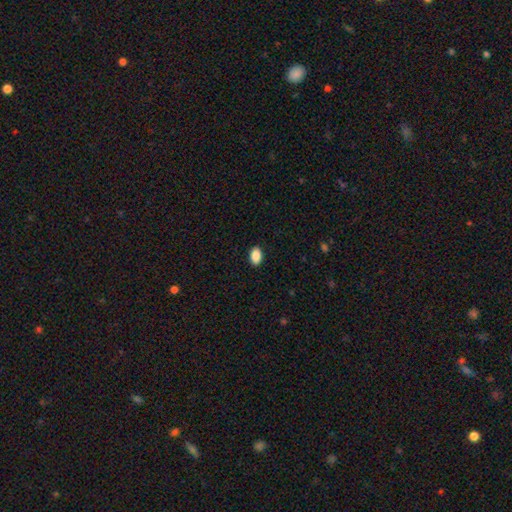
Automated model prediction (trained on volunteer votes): This appears to be a smooth galaxy with no disk features (89%) that is in between round and cigar-shaped (91%). Merging: none (90%).